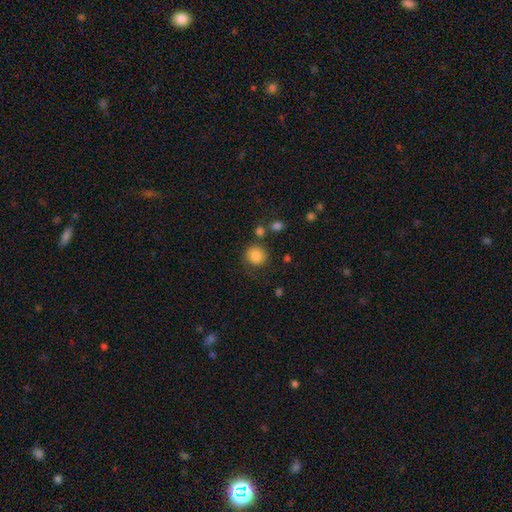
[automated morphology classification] This is clearly a smooth galaxy (84%). How rounded: clearly round (87%). Merging: likely none (74%).